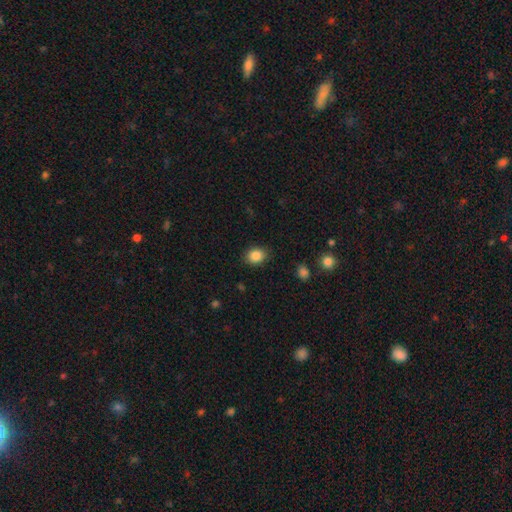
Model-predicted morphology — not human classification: smooth 86%, star or artifact 9%, featured or disk 5%. Down the decision tree: how rounded — round (54%); merging — none (87%).